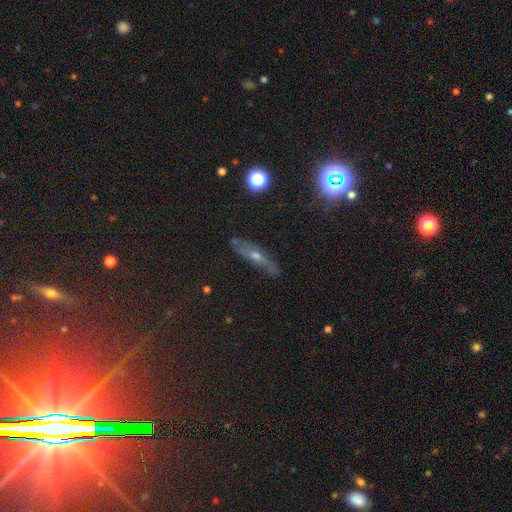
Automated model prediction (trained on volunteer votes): A featured or disk galaxy (52%) viewed edge-on (65%).

Vote fractions:
- Smooth or featured? featured or disk: 52% / smooth: 29% / star or artifact: 18%
- Edge-on disk? yes: 65% / no: 35%
- Merging? none: 77% / minor disturbance: 16% / major disturbance: 4% / merger: 2%